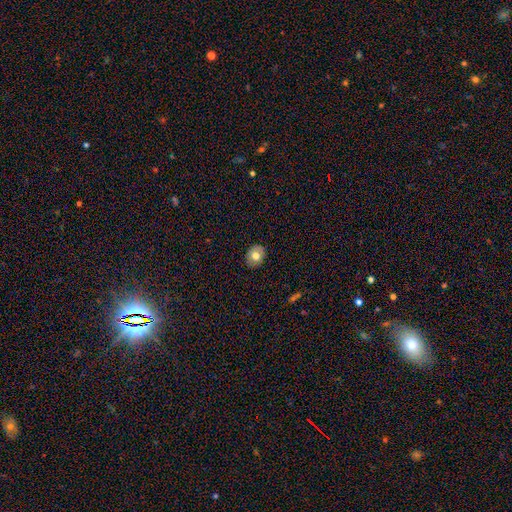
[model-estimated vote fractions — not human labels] Smooth or featured: smooth — 73% (featured or disk — 18%)
How rounded: round — 51% (in between — 48%)
Merging: none — 87% (minor disturbance — 10%)